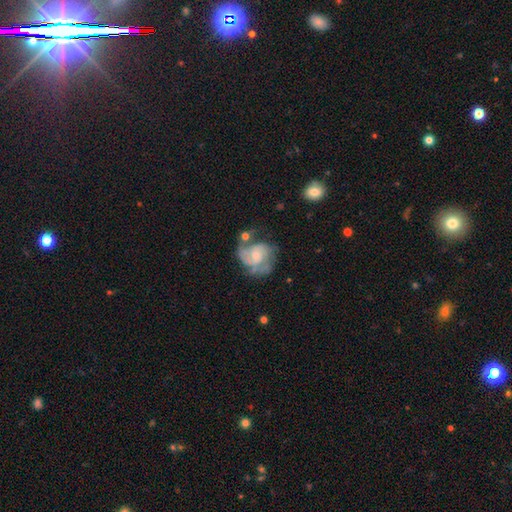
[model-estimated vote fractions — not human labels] Overall: featured or disk (69%). Edge-on disk: no (98%). Bar: no (69%). Spiral arms: yes (83%). Spiral arm count: 2 (42%; can't tell 27%). Spiral winding: medium (43%; tight 37%). Bulge size: small (52%; moderate 31%). Merging: none (38%; major disturbance 27%).